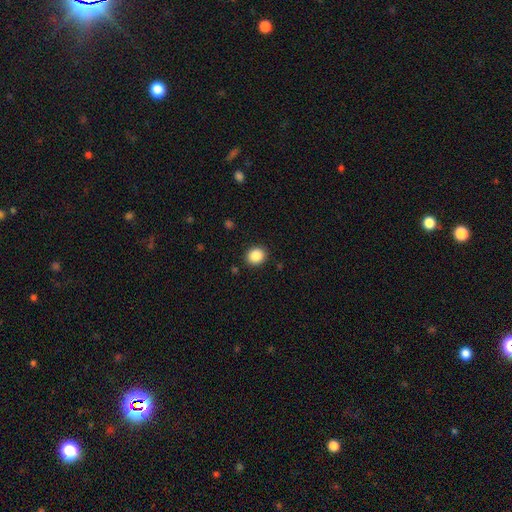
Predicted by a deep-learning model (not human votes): Smooth or featured: smooth — 88% (star or artifact — 9%)
How rounded: round — 75% (in between — 24%)
Merging: none — 90% (minor disturbance — 7%)